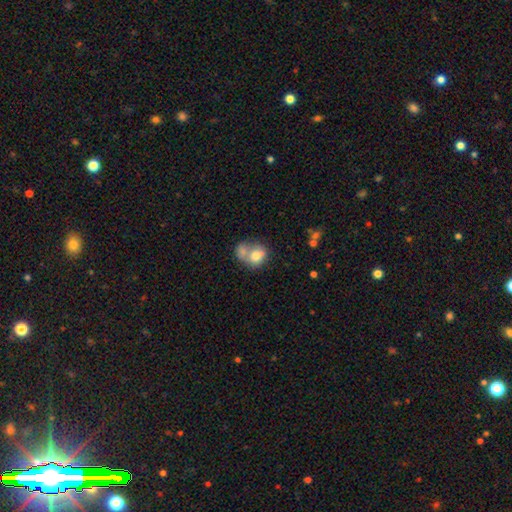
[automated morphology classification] smooth_or_featured: smooth (p=0.71) [alt: featured or disk p=0.21]
how_rounded: round (p=0.56) [alt: in between p=0.43]
merging: merger (p=0.63) [alt: none p=0.21]